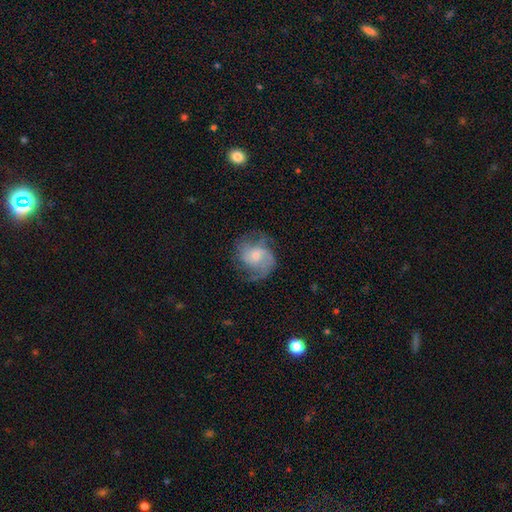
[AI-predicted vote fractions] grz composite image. It shows a featured or disk galaxy (67%) with no bar (62%), 2 (58%) medium (47%) spiral arms (89%) and a moderate central bulge (46%). Merging: none (60%).